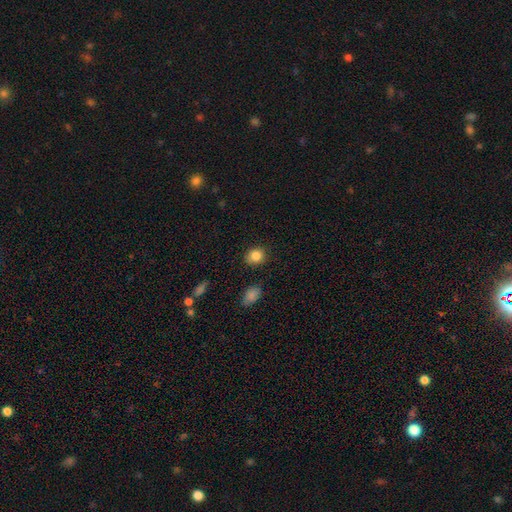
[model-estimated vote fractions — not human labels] smooth-or-featured: smooth: 85% | star or artifact: 10% | featured or disk: 5%
  how-rounded: round: 70% | in between: 29% | cigar-shaped: 1%
  merging: none: 84% | minor disturbance: 11% | major disturbance: 3% | merger: 2%